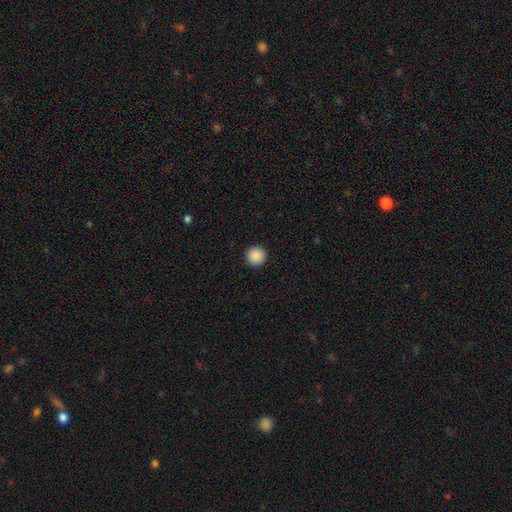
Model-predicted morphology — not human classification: Smooth or featured? Predicted: smooth (p=0.89). How rounded? Predicted: round (p=0.96). Merging? Predicted: none (p=0.93).